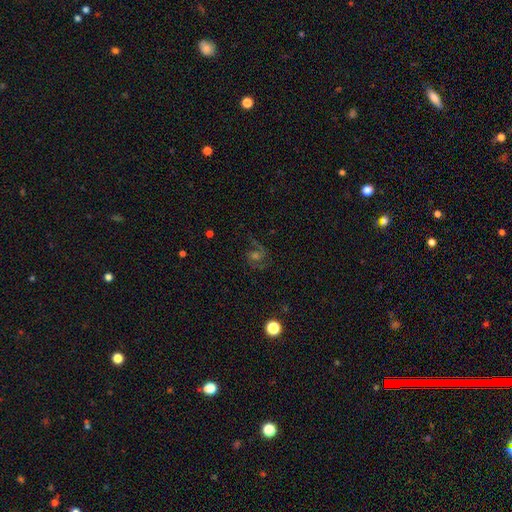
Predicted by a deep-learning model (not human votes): Smooth or featured?
  - featured or disk: 69% *
  - star or artifact: 18%
  - smooth: 13%
Edge-on disk?
  - no: 97% *
  - yes: 3%
Bar?
  - no: 59% *
  - weak: 33%
  - strong: 7%
Spiral arms?
  - yes: 94% *
  - no: 6%
Spiral winding?
  - medium: 54% *
  - loose: 25%
  - tight: 21%
Spiral arm count?
  - 2: 72% *
  - can't tell: 9%
  - 1: 9%
  - 3: 5%
  - 4: 2%
  - more than 4: 2%
Bulge size?
  - moderate: 49% *
  - small: 33%
  - large: 9%
  - none: 6%
  - dominant: 2%
Merging?
  - none: 70% *
  - minor disturbance: 14%
  - major disturbance: 14%
  - merger: 2%